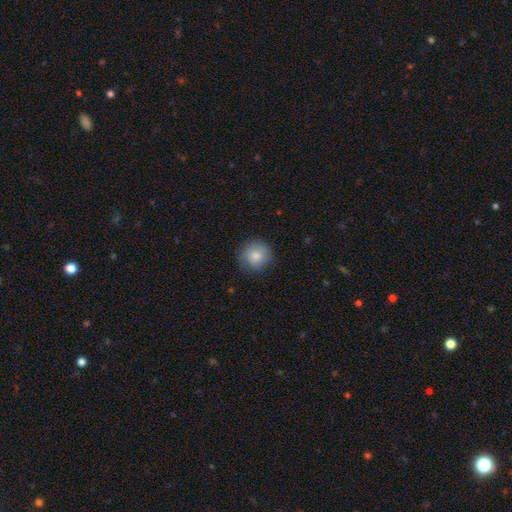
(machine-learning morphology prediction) A smooth galaxy with no disk features (83%) that is round (93%). Merging: none (83%).